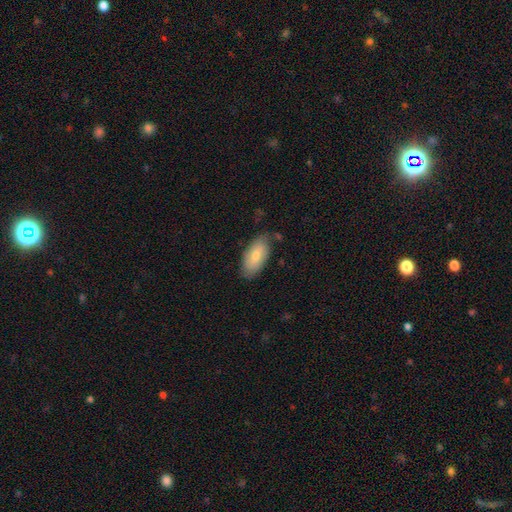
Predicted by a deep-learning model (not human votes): A smooth galaxy with no disk features (74%) that is in between round and cigar-shaped (93%).

Vote fractions:
- Smooth or featured? smooth: 74% / featured or disk: 20% / star or artifact: 6%
- How rounded? in between: 93% / cigar-shaped: 4% / round: 3%
- Merging? none: 72% / minor disturbance: 21% / major disturbance: 4% / merger: 3%